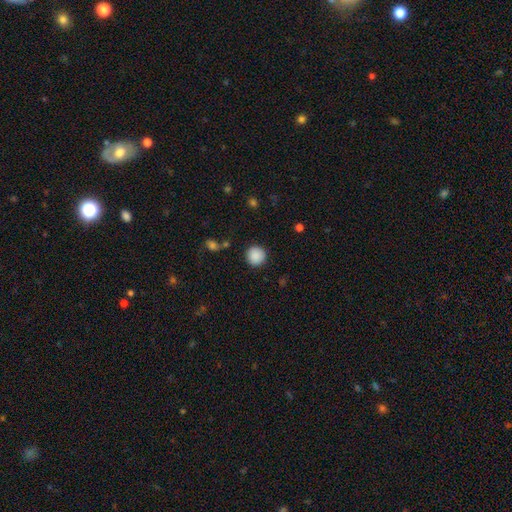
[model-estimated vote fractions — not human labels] smooth_or_featured: smooth (p=0.88) [alt: star or artifact p=0.08]
how_rounded: round (p=0.95) [alt: in between p=0.04]
merging: none (p=0.90) [alt: minor disturbance p=0.06]